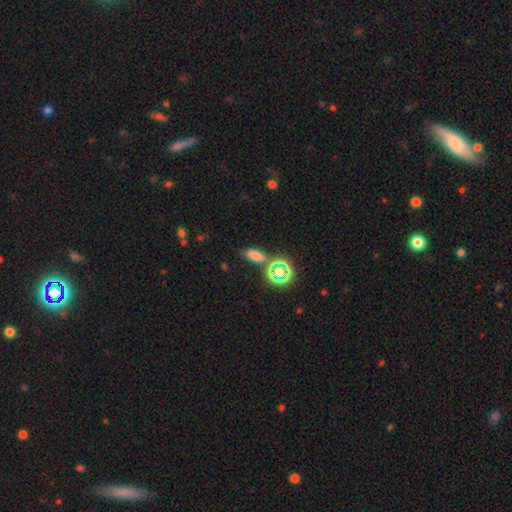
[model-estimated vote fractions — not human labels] Morphology: type=smooth (66%); roundness=in between (79%); merging=none (71%).